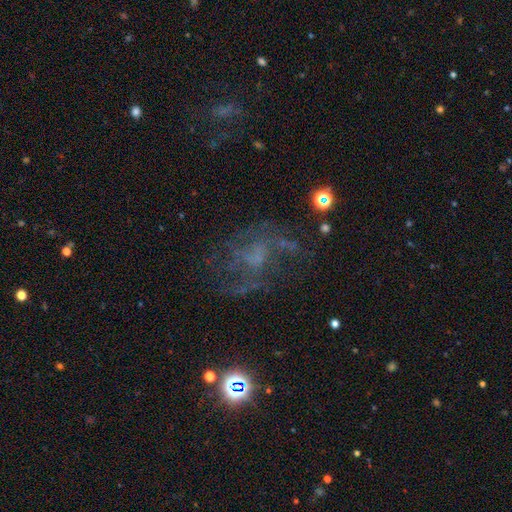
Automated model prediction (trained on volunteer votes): Smooth or featured? Predicted: featured or disk (p=0.61). Edge-on disk? Predicted: no (p=0.97). Bar? Predicted: no (p=0.71). Spiral arms? Predicted: yes (p=0.61). Bulge size? Predicted: none (p=0.53). Merging? Predicted: none (p=0.53).